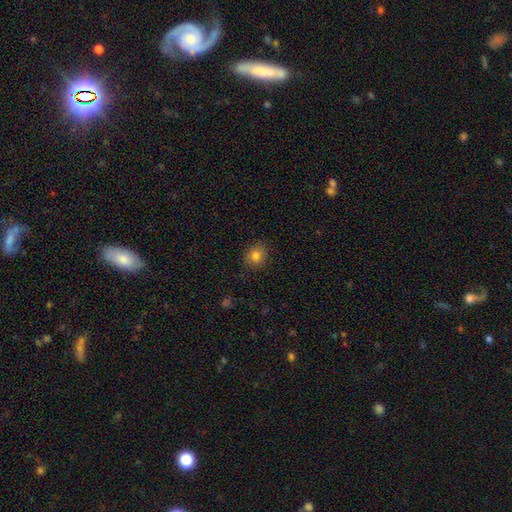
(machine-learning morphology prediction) Smooth or featured: smooth — 81% (star or artifact — 12%)
How rounded: round — 70% (in between — 30%)
Merging: none — 86% (minor disturbance — 10%)